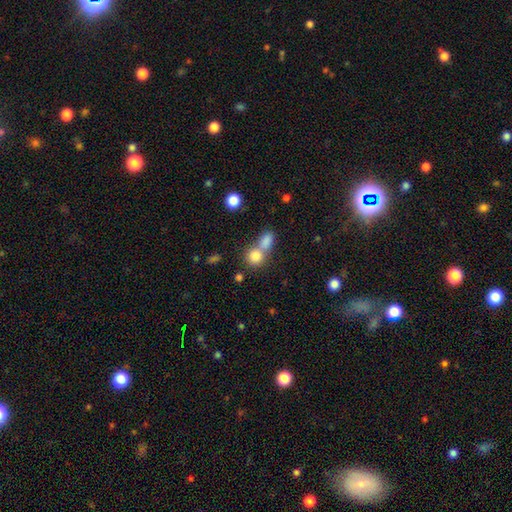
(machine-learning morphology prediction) A smooth galaxy with no disk features (82%) that is round (75%). Merging: merger (51%).